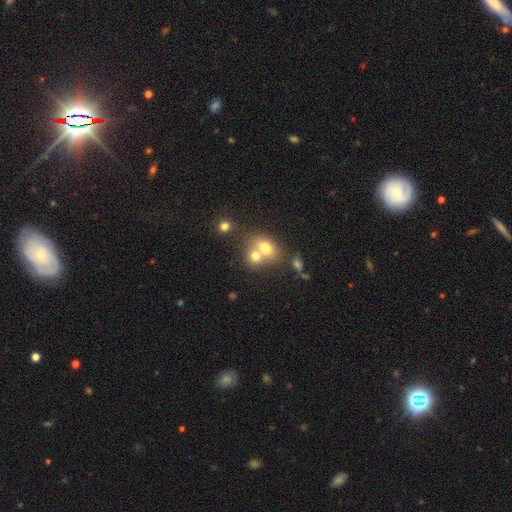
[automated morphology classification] A smooth galaxy with no disk features (70%) that is round (54%). Merging: merger (62%).